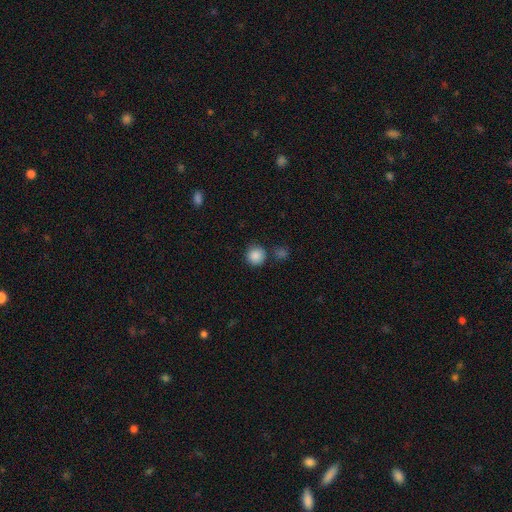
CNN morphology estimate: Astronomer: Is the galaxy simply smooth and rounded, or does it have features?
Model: smooth — 87%.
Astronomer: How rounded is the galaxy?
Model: round — 94%.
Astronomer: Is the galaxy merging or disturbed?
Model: none — 80%.